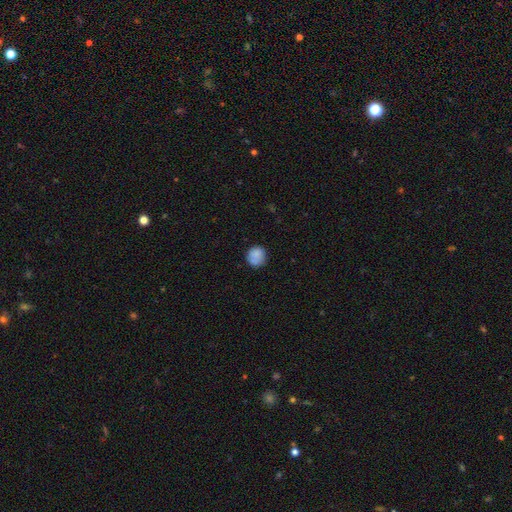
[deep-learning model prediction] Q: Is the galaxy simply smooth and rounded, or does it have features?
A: smooth — 83%.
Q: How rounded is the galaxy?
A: round — 86%.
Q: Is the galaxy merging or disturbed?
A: none — 78%.